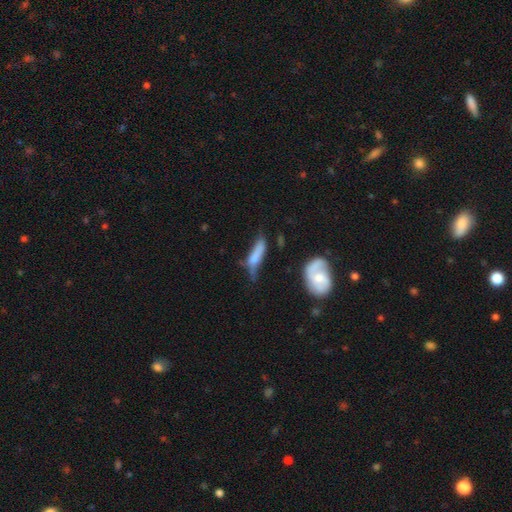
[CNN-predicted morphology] smooth-or-featured: smooth: 59% | featured or disk: 32% | star or artifact: 9%
  how-rounded: cigar-shaped: 60% | in between: 36% | round: 3%
  merging: none: 33% | minor disturbance: 30% | major disturbance: 25% | merger: 12%